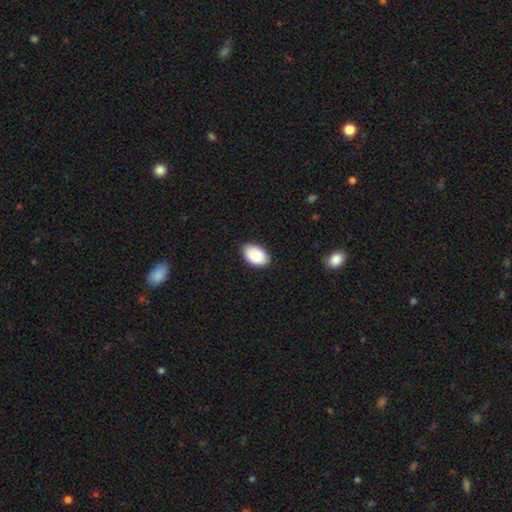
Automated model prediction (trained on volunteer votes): This appears to be a smooth galaxy with no disk features (90%) that is in between round and cigar-shaped (92%). Merging: none (85%).